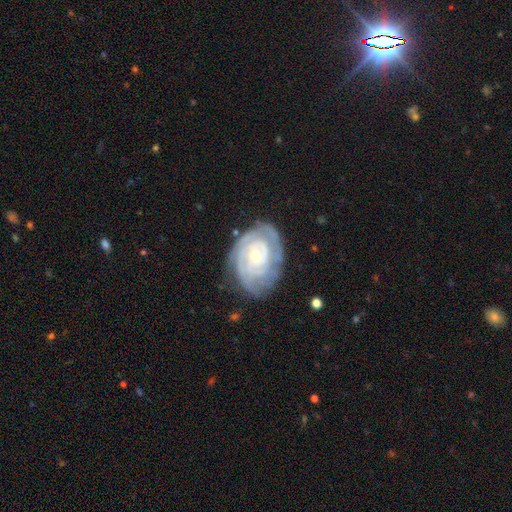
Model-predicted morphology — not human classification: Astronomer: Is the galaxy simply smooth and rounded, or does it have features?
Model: featured or disk — 85%.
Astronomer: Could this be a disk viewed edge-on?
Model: no — 97%.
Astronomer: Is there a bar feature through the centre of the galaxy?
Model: no — 68%.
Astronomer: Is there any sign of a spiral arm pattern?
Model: yes — 95%.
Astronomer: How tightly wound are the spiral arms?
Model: tight — 79%.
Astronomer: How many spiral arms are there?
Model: can't tell — 34% (runner-up: 2, 25%).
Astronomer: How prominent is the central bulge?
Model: small — 58% (runner-up: moderate, 39%).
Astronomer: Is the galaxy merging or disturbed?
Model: none — 71%.